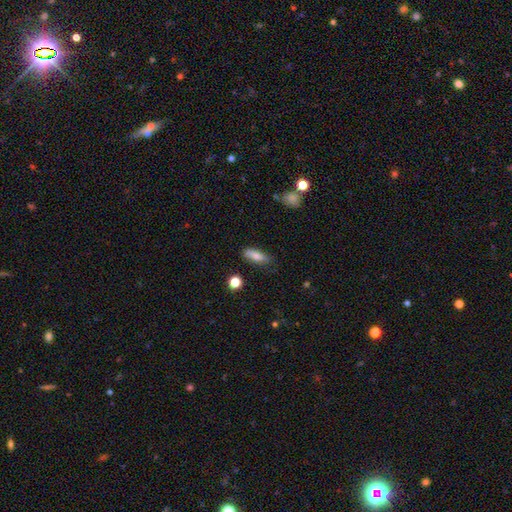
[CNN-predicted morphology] A smooth galaxy with no disk features (80%) that is in between round and cigar-shaped (60%).

Vote fractions:
- Smooth or featured? smooth: 80% / featured or disk: 12% / star or artifact: 8%
- How rounded? in between: 60% / cigar-shaped: 37% / round: 3%
- Merging? none: 75% / minor disturbance: 19% / major disturbance: 4% / merger: 2%